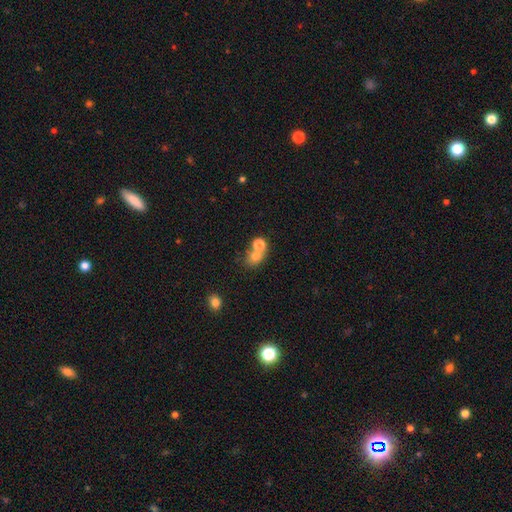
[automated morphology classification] smooth_or_featured: smooth (p=0.75) [alt: star or artifact p=0.13]
how_rounded: round (p=0.59) [alt: in between p=0.40]
merging: merger (p=0.48) [alt: none p=0.39]